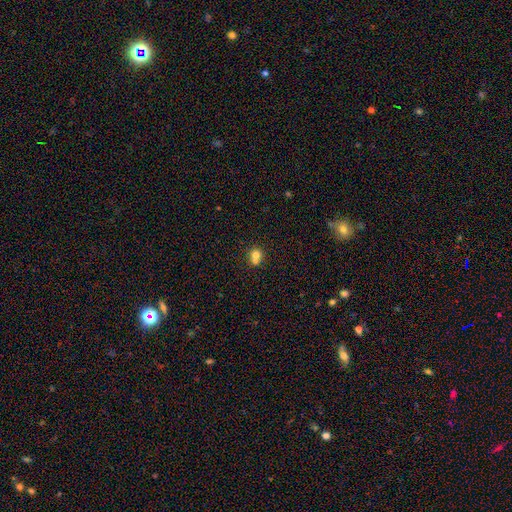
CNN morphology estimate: This is likely a smooth galaxy (72%). How rounded: clearly round (83%). Merging: possibly merger (53%).